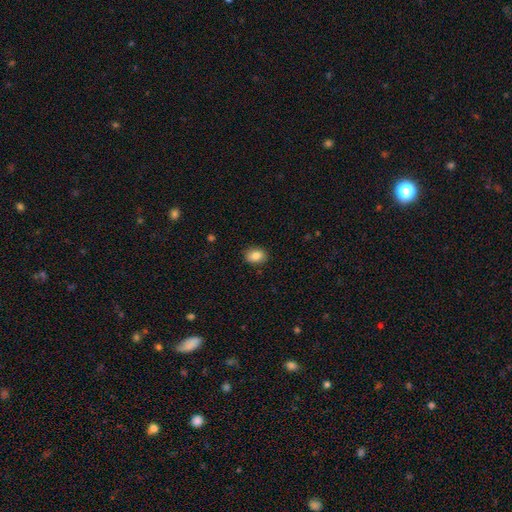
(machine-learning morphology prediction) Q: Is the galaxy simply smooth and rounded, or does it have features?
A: smooth — 86%.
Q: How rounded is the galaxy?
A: in between — 65%.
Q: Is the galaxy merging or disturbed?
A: none — 88%.